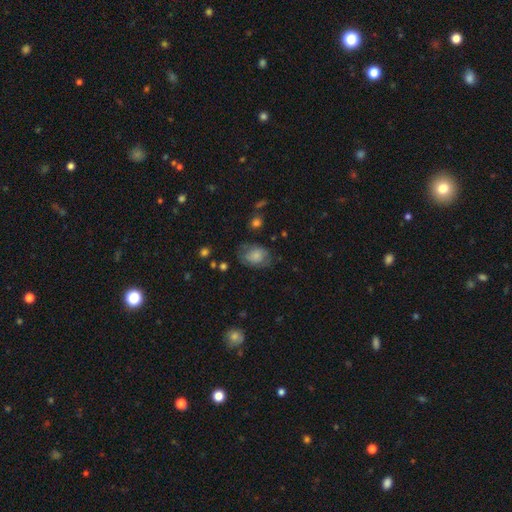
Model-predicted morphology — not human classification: A smooth galaxy with no disk features (69%) that is in between round and cigar-shaped (67%). Merging: none (59%).